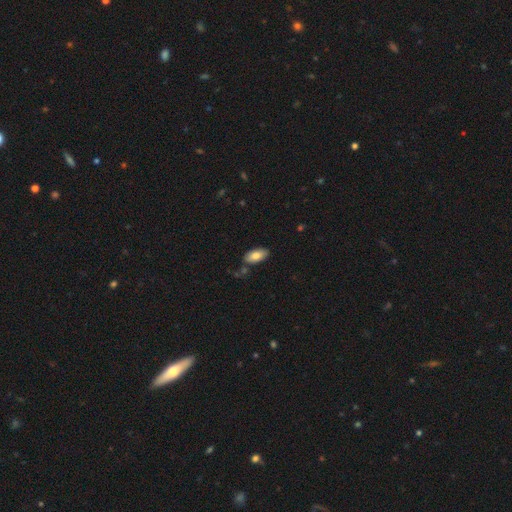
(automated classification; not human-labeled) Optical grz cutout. It shows a smooth galaxy with no disk features (80%) that is in between round and cigar-shaped (92%). Merging: none (78%).